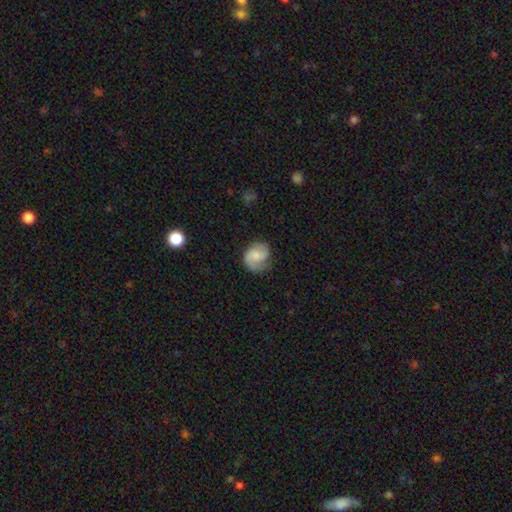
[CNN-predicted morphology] This is possibly a smooth galaxy (48%). Merging: likely none (65%).